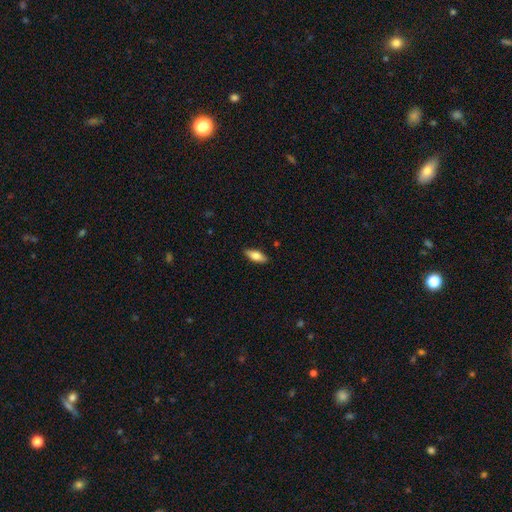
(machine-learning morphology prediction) Smooth or featured: smooth — 78% (featured or disk — 16%)
How rounded: in between — 76% (cigar-shaped — 22%)
Merging: none — 89% (minor disturbance — 9%)